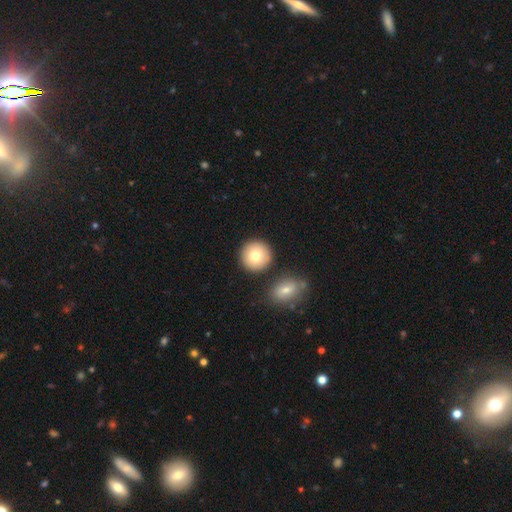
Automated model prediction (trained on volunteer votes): A smooth galaxy with no disk features (78%) that is round (94%). Merging: none (82%).